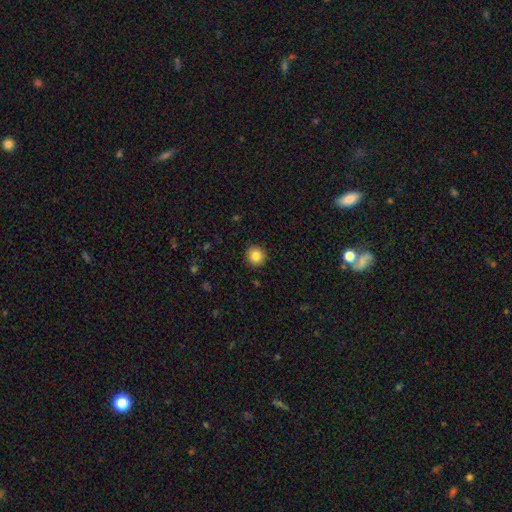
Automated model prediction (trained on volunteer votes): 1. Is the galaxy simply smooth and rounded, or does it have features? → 85% smooth, 10% star or artifact, 5% featured or disk.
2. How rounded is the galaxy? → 93% round, 6% in between, 1% cigar-shaped.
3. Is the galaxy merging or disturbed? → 91% none, 6% minor disturbance, 2% major disturbance, 1% merger.